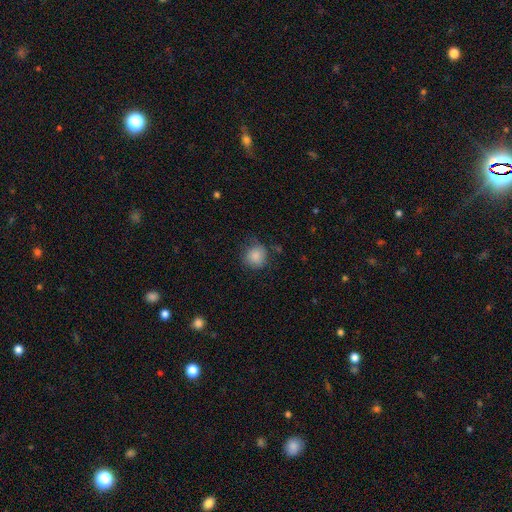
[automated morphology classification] smooth-or-featured: smooth: 85% | star or artifact: 8% | featured or disk: 7%
  how-rounded: round: 87% | in between: 12% | cigar-shaped: 1%
  merging: none: 66% | minor disturbance: 25% | major disturbance: 8% | merger: 2%